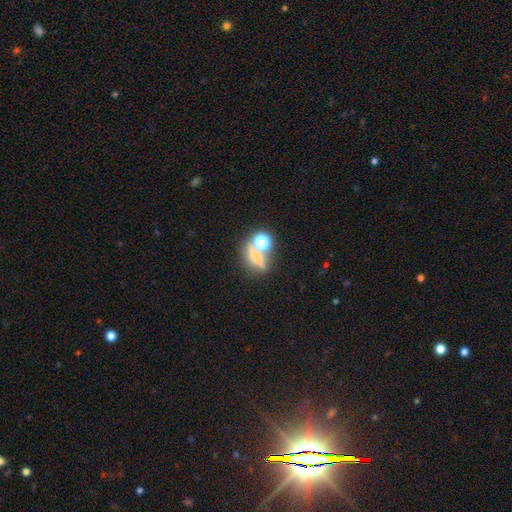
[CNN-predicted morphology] smooth_or_featured: smooth (p=0.47) [alt: star or artifact p=0.29]
merging: none (p=0.54) [alt: merger p=0.27]